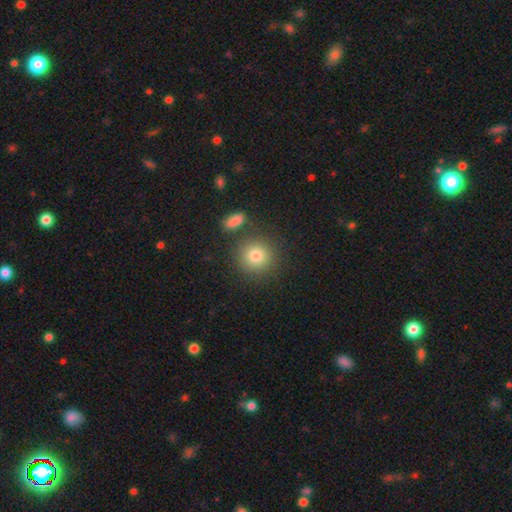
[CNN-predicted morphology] Smooth or featured? smooth (82%)
How rounded? round (90%)
Merging? none (80%)